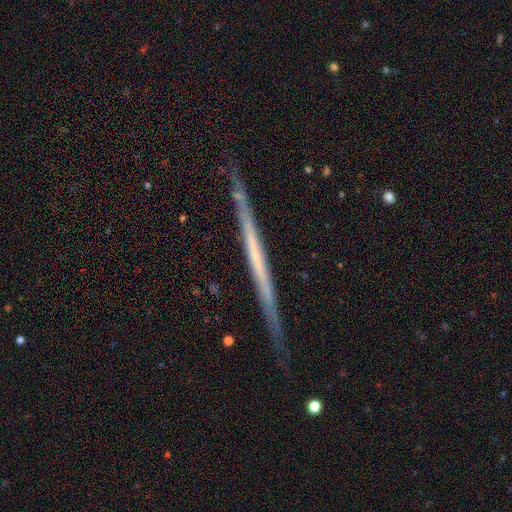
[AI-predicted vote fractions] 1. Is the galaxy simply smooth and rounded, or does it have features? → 69% featured or disk, 25% smooth, 6% star or artifact.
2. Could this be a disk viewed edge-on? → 97% yes, 3% no.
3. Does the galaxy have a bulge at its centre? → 89% none, 7% rounded, 4% boxy.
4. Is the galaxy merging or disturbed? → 86% none, 11% minor disturbance, 2% major disturbance, 1% merger.